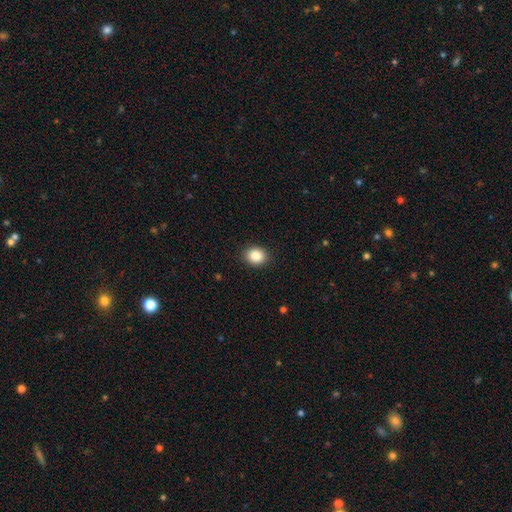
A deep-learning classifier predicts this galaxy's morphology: A smooth galaxy with no disk features (86%) that is round (58%). Merging: none (90%).